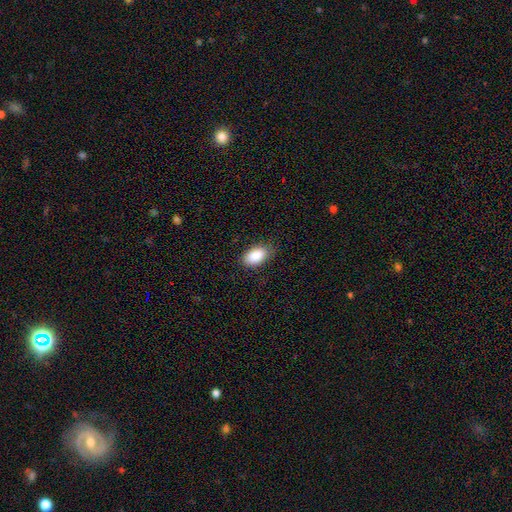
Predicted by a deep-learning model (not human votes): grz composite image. It shows a smooth galaxy with no disk features (89%) that is in between round and cigar-shaped (94%). Merging: none (81%).